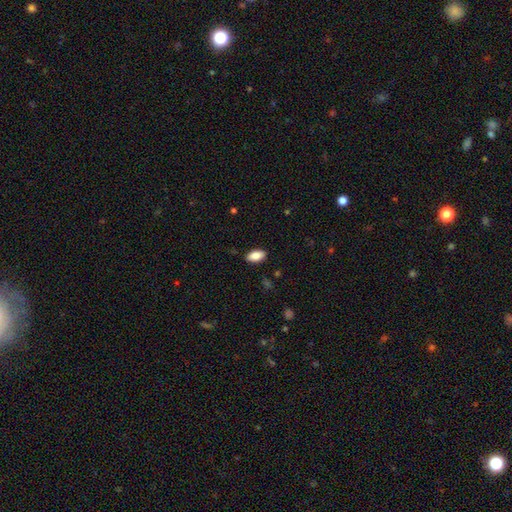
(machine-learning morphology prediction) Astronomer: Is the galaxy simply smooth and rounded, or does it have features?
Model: smooth — 85%.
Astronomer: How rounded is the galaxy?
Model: in between — 92%.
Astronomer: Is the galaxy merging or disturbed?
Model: none — 88%.